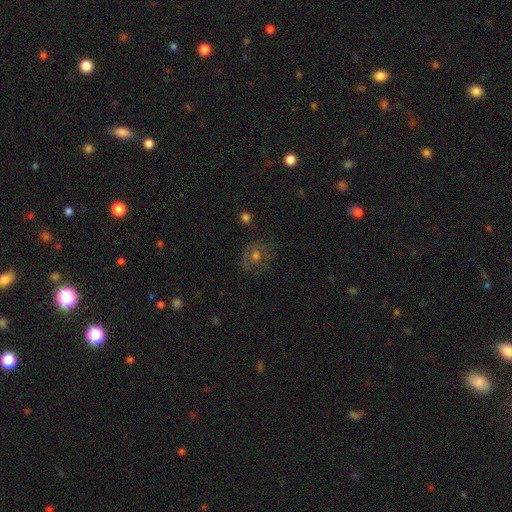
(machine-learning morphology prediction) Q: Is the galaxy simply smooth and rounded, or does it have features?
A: featured or disk — 42%.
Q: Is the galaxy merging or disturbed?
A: none — 72%.